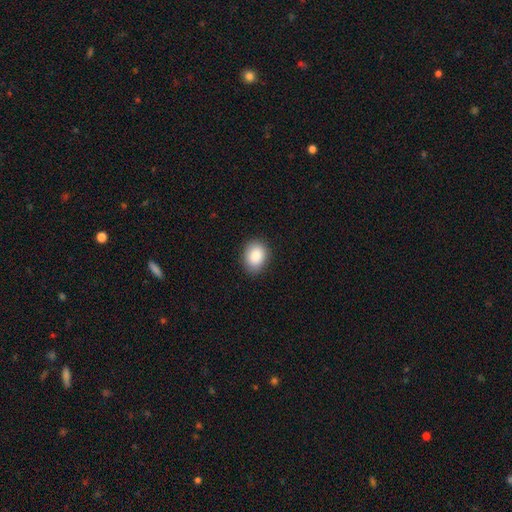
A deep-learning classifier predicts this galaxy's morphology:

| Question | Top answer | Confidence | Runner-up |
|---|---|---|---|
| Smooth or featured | smooth | 87% | star or artifact (8%) |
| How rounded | in between | 59% | round (40%) |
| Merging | none | 86% | minor disturbance (10%) |